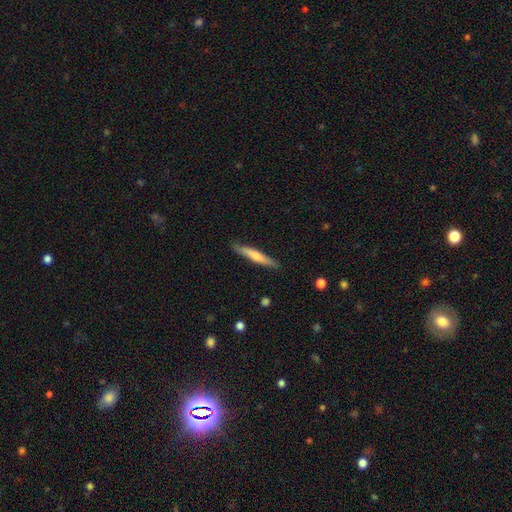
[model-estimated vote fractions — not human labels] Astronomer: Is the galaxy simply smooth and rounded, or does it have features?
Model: smooth — 59% (runner-up: featured or disk, 36%).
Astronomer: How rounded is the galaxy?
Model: cigar-shaped — 92%.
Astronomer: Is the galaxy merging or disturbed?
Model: none — 85%.